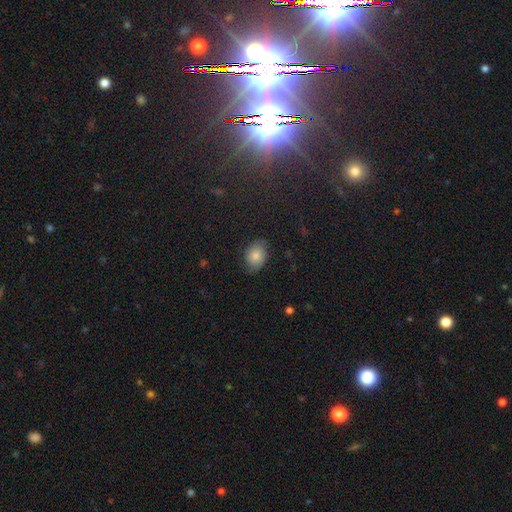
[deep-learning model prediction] smooth_or_featured: smooth (p=0.59) [alt: featured or disk p=0.31]
how_rounded: in between (p=0.68) [alt: round p=0.31]
merging: none (p=0.72) [alt: minor disturbance p=0.21]